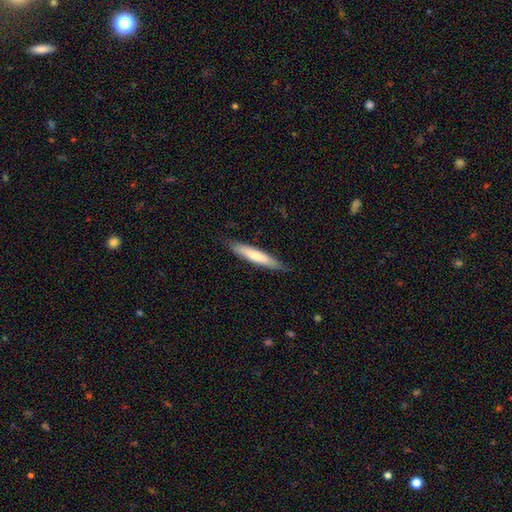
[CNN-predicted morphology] This appears to be a smooth galaxy with no disk features (68%) that is cigar-shaped (90%). Merging: none (85%).